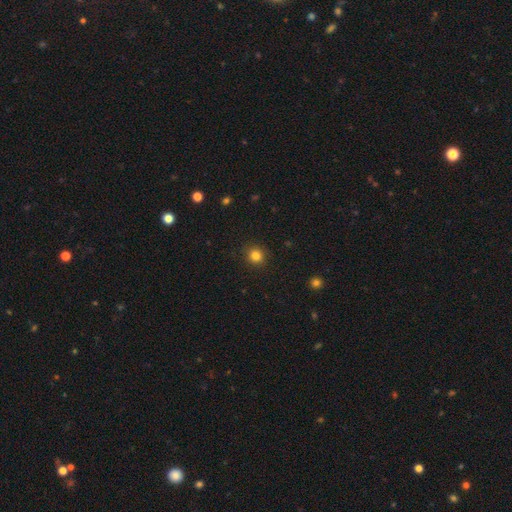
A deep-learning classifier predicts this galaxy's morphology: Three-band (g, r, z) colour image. It shows a smooth galaxy with no disk features (83%) that is round (89%). Merging: none (91%).